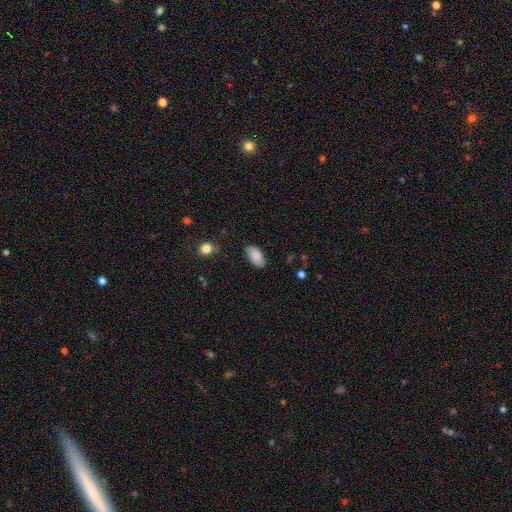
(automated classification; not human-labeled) Smooth or featured?
  - smooth: 86% *
  - star or artifact: 7%
  - featured or disk: 7%
How rounded?
  - in between: 94% *
  - round: 3%
  - cigar-shaped: 3%
Merging?
  - none: 81% *
  - minor disturbance: 14%
  - major disturbance: 3%
  - merger: 1%